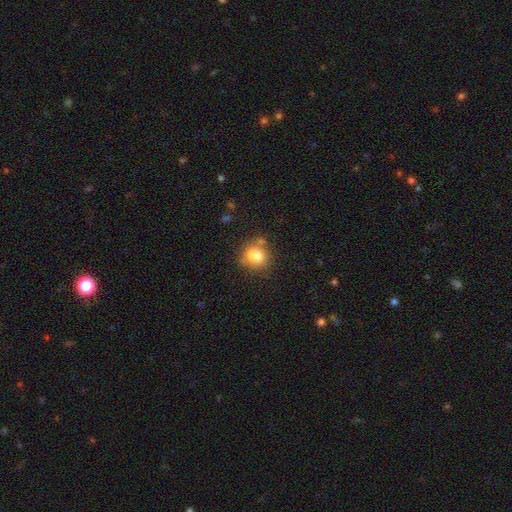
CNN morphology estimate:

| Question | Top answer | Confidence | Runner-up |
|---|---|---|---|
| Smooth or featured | smooth | 75% | featured or disk (15%) |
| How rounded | round | 78% | in between (21%) |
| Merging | none | 58% | merger (20%) |